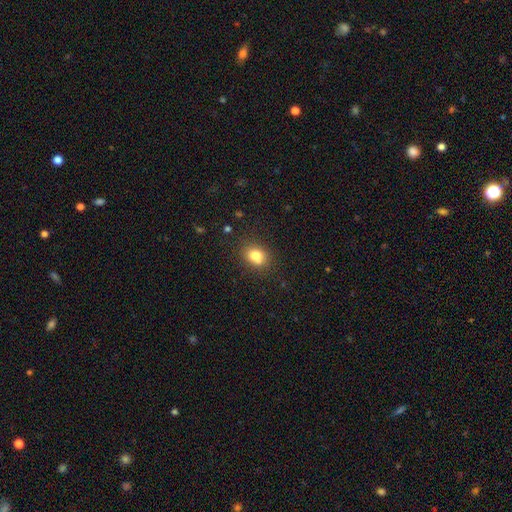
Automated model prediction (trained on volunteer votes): Smooth or featured: smooth — 78% (star or artifact — 11%)
How rounded: in between — 52% (round — 47%)
Merging: none — 67% (minor disturbance — 15%)